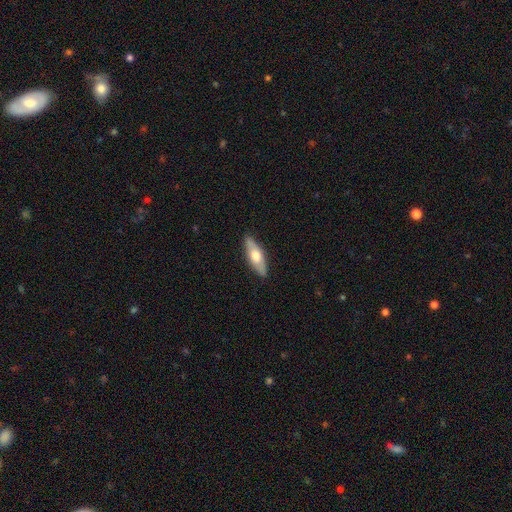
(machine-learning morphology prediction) A smooth galaxy with no disk features (56%) that is in between round and cigar-shaped (54%).

Vote fractions:
- Smooth or featured? smooth: 56% / featured or disk: 39% / star or artifact: 5%
- How rounded? in between: 54% / cigar-shaped: 43% / round: 2%
- Merging? none: 87% / minor disturbance: 10% / major disturbance: 2% / merger: 1%